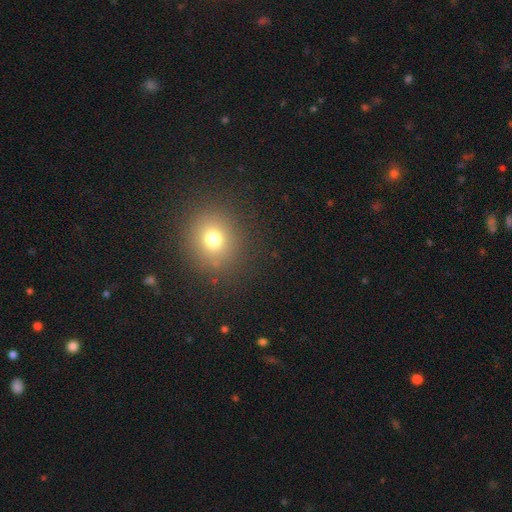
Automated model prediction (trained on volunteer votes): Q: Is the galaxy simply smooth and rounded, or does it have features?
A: smooth — 66%.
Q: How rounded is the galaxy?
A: round — 83%.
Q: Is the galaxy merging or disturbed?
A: none — 92%.